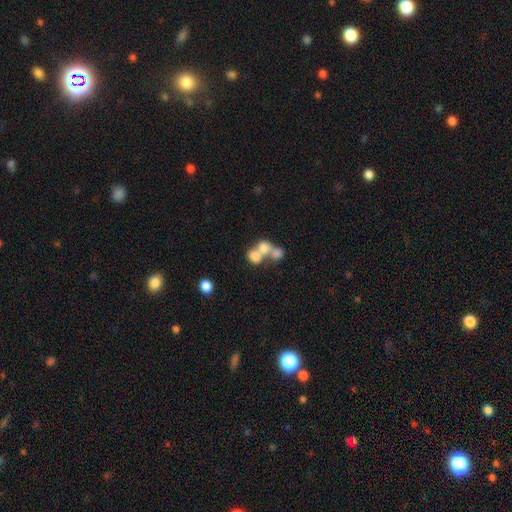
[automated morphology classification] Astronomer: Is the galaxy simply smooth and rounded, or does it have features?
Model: smooth — 67%.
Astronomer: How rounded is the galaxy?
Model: in between — 49%, tied with round at 49%.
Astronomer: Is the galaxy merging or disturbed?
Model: merger — 68%.